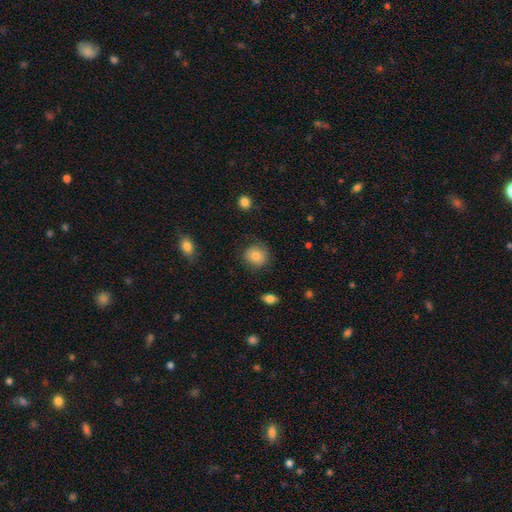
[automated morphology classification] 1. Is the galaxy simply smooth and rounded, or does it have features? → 82% smooth, 9% star or artifact, 9% featured or disk.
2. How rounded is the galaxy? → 86% round, 13% in between, 1% cigar-shaped.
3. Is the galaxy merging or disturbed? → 82% none, 13% minor disturbance, 4% major disturbance, 1% merger.